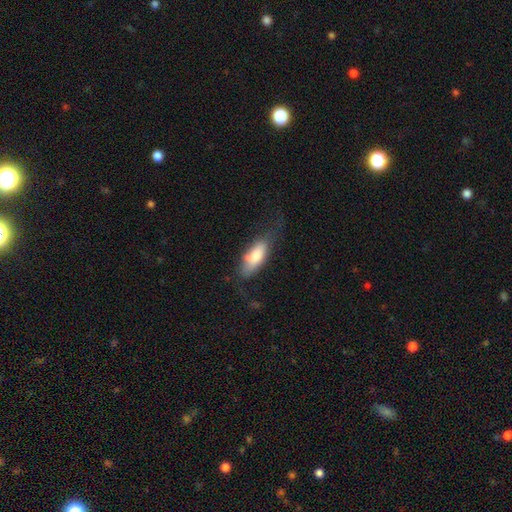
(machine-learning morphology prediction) The model was most divided on "merging": none: 51%, minor disturbance: 30%, major disturbance: 15%, merger: 5%. More confident: how rounded — in between (74%); smooth or featured — smooth (71%).